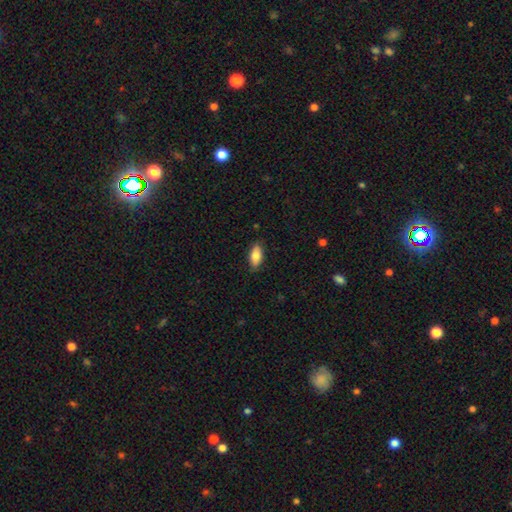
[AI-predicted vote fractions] Smooth or featured?
  - smooth: 81% *
  - featured or disk: 12%
  - star or artifact: 6%
How rounded?
  - in between: 87% *
  - cigar-shaped: 10%
  - round: 3%
Merging?
  - none: 85% *
  - minor disturbance: 12%
  - major disturbance: 2%
  - merger: 1%